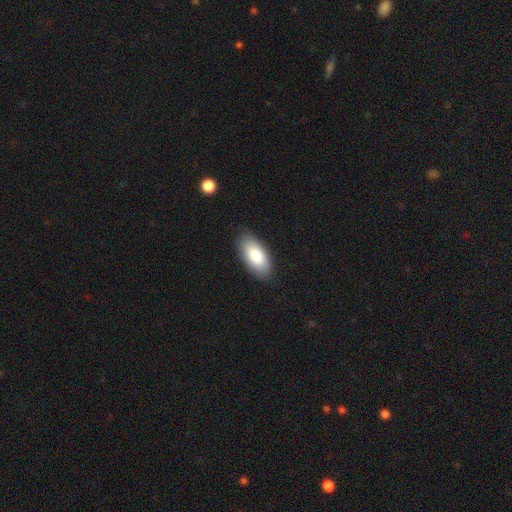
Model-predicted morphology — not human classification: Smooth or featured?
  - smooth: 85% *
  - featured or disk: 9%
  - star or artifact: 6%
How rounded?
  - in between: 93% *
  - cigar-shaped: 5%
  - round: 2%
Merging?
  - none: 87% *
  - minor disturbance: 10%
  - major disturbance: 2%
  - merger: 1%